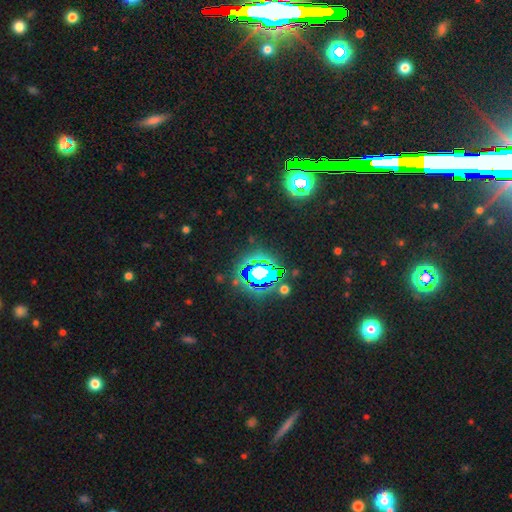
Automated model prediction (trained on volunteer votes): Smooth or featured? Predicted: star or artifact (p=0.81).